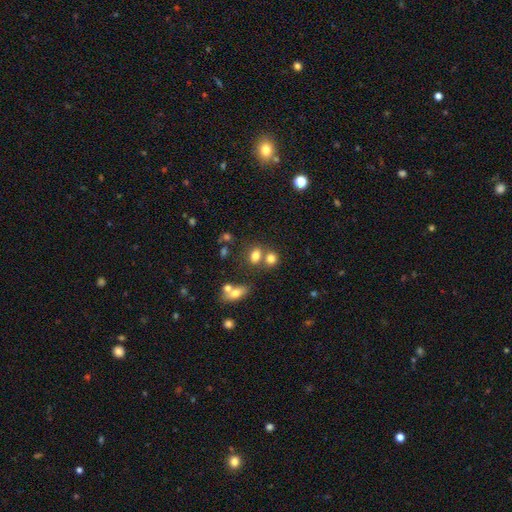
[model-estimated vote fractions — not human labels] Overall: smooth (76%). How rounded: in between (60%; round 38%). Merging: none (47%; merger 37%).